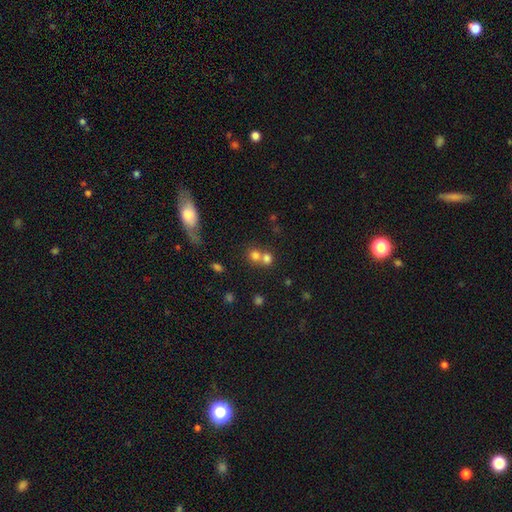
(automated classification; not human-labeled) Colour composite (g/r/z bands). It shows a smooth galaxy with no disk features (73%) that is round (81%). Merging: merger (53%).